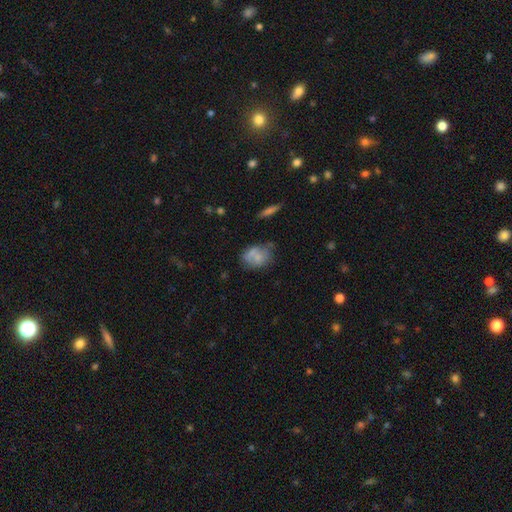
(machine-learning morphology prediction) This is likely a smooth galaxy (67%). How rounded: likely in between (72%). Merging: possibly none (48%).